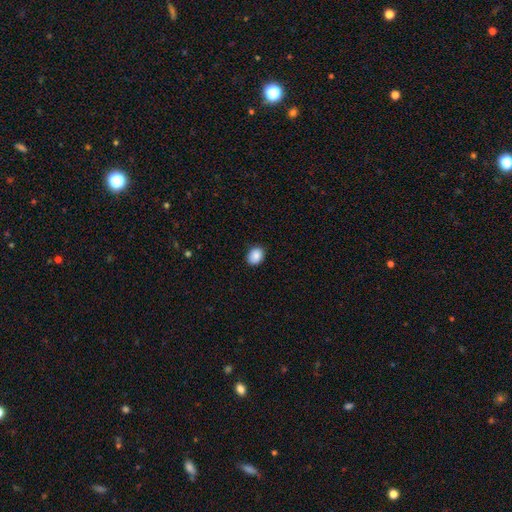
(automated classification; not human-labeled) Overall: smooth (88%). How rounded: round (52%; in between 47%). Merging: none (87%).